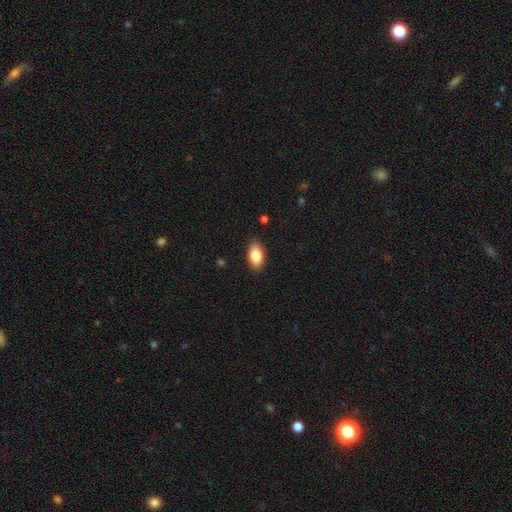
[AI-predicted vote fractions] smooth-or-featured: smooth: 84% | featured or disk: 9% | star or artifact: 7%
  how-rounded: in between: 92% | round: 4% | cigar-shaped: 4%
  merging: none: 88% | minor disturbance: 9% | major disturbance: 2% | merger: 1%